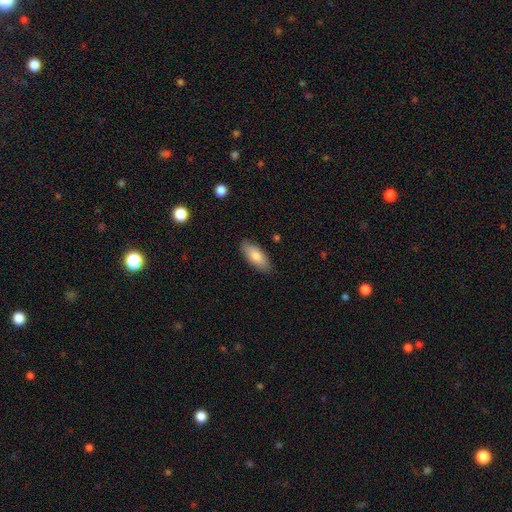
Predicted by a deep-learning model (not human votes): A smooth galaxy with no disk features (81%) that is in between round and cigar-shaped (81%).

Vote fractions:
- Smooth or featured? smooth: 81% / featured or disk: 13% / star or artifact: 6%
- How rounded? in between: 81% / cigar-shaped: 17% / round: 2%
- Merging? none: 86% / minor disturbance: 10% / major disturbance: 2% / merger: 1%